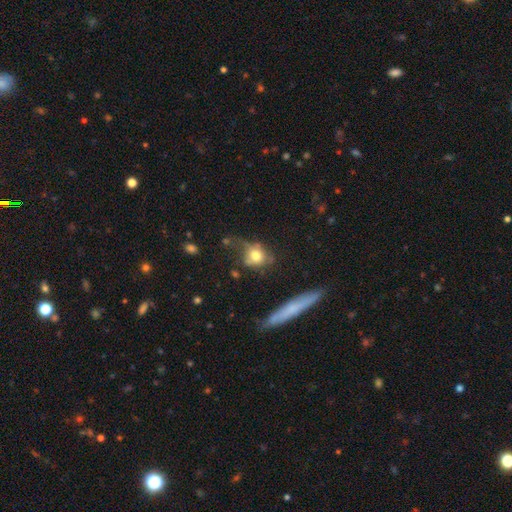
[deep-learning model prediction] Smooth or featured? Predicted: smooth (p=0.68). How rounded? Predicted: round (p=0.56). Merging? Predicted: none (p=0.39).